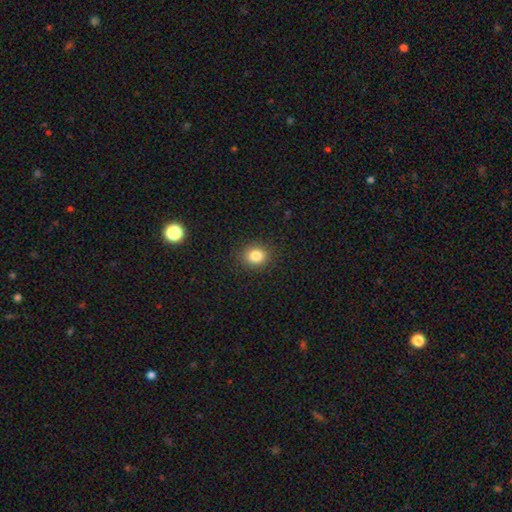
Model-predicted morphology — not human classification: Smooth or featured? Predicted: smooth (p=0.84). How rounded? Predicted: round (p=0.71). Merging? Predicted: none (p=0.89).